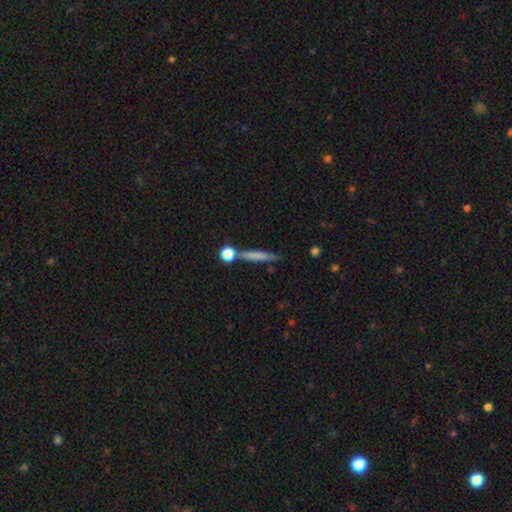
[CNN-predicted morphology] Smooth or featured? smooth (62%)
How rounded? cigar-shaped (87%)
Merging? none (72%)